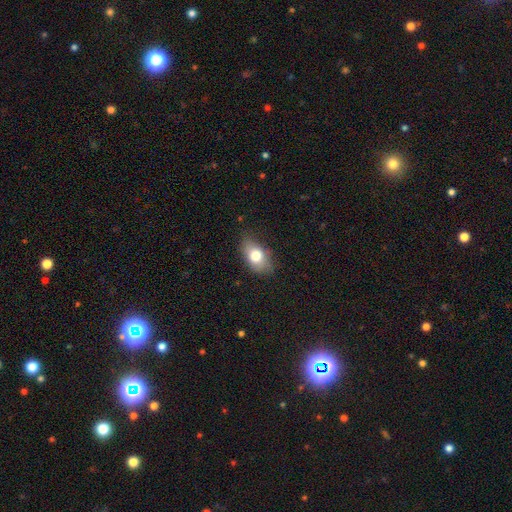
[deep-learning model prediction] This appears to be a smooth galaxy with no disk features (74%) that is in between round and cigar-shaped (85%). Merging: none (72%).